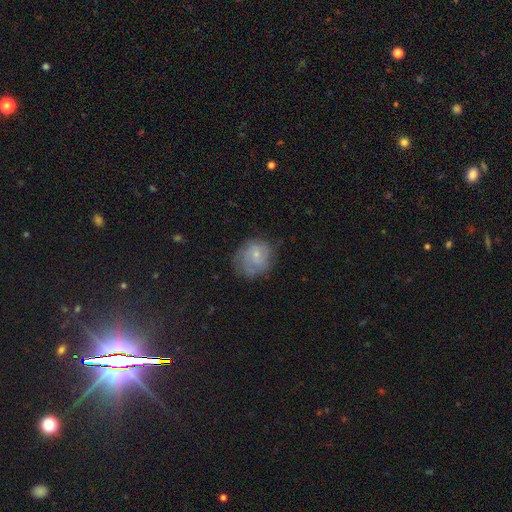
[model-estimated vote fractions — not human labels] This is possibly a featured or disk galaxy (50%). It is clearly not viewed edge-on (98%). Merging: likely none (63%).